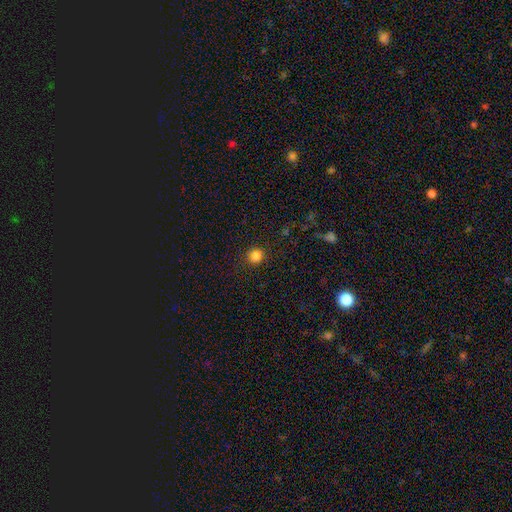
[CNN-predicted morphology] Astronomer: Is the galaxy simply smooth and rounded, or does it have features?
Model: smooth — 84%.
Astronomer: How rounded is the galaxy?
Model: round — 91%.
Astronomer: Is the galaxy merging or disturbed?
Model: none — 90%.